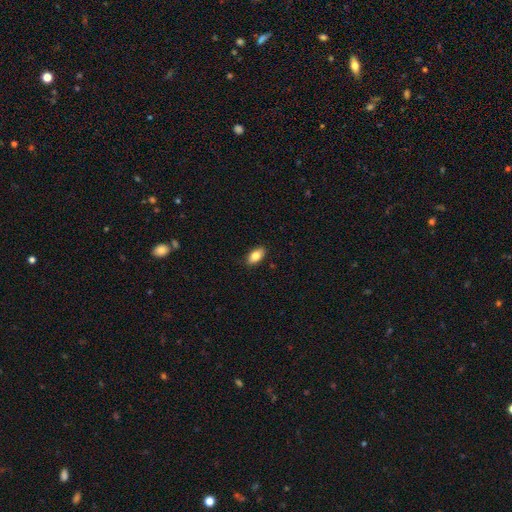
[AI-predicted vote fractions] Smooth or featured? Predicted: smooth (p=0.79). How rounded? Predicted: in between (p=0.90). Merging? Predicted: none (p=0.88).